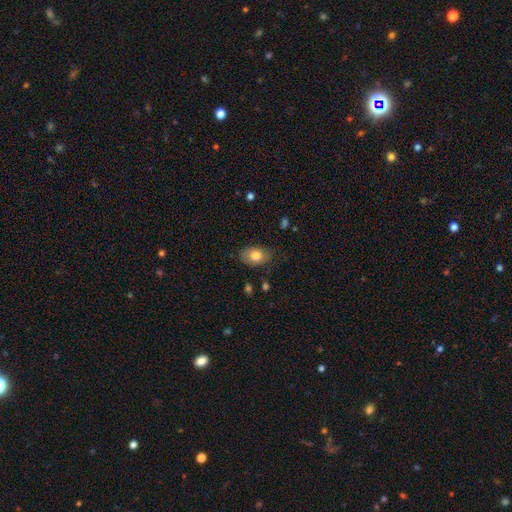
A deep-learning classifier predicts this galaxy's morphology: Smooth or featured? smooth (78%)
How rounded? in between (85%)
Merging? none (75%)